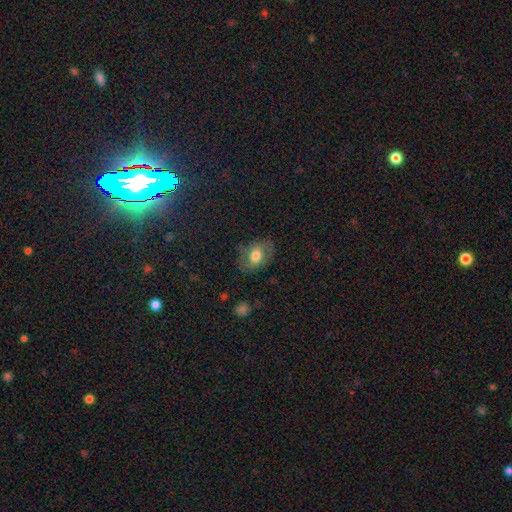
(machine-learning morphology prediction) Q: Smooth or featured?
A: smooth (66%); runner-up: featured or disk (25%)
Q: How rounded?
A: in between (79%); runner-up: round (20%)
Q: Merging?
A: none (72%); runner-up: minor disturbance (19%)